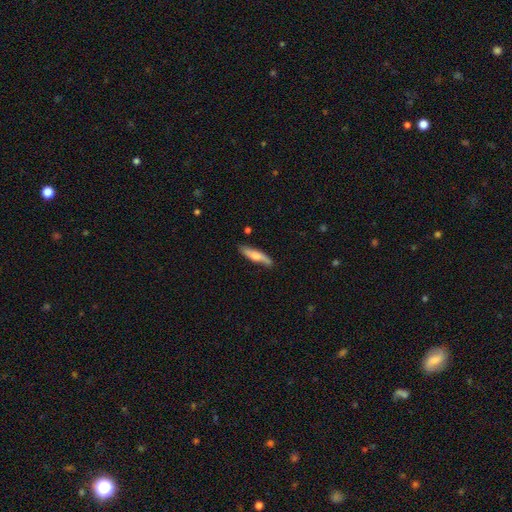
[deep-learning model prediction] The model was most divided on "smooth or featured": smooth: 58%, featured or disk: 37%, star or artifact: 6%. More confident: how rounded — cigar-shaped (77%); merging — none (76%).